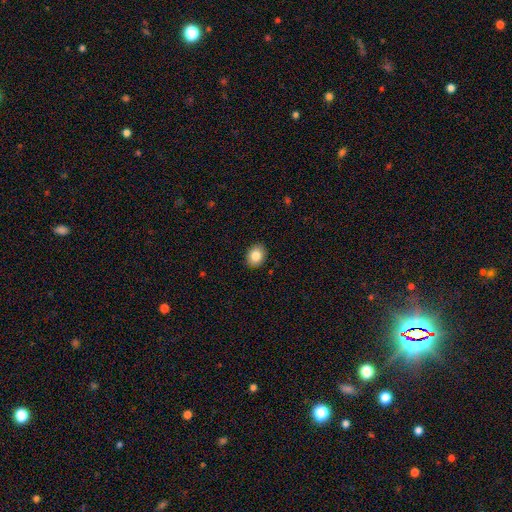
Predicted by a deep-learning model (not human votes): This appears to be a smooth galaxy with no disk features (84%) that is in between round and cigar-shaped (50%). Merging: none (90%).